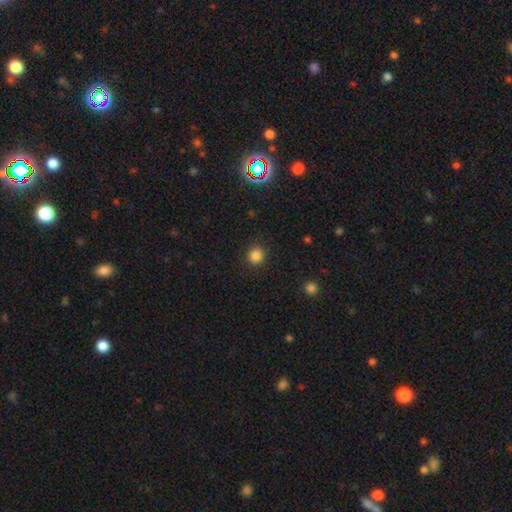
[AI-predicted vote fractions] A smooth galaxy with no disk features (84%) that is round (92%).

Vote fractions:
- Smooth or featured? smooth: 84% / star or artifact: 13% / featured or disk: 3%
- How rounded? round: 92% / in between: 7% / cigar-shaped: 1%
- Merging? none: 90% / minor disturbance: 6% / major disturbance: 3% / merger: 1%